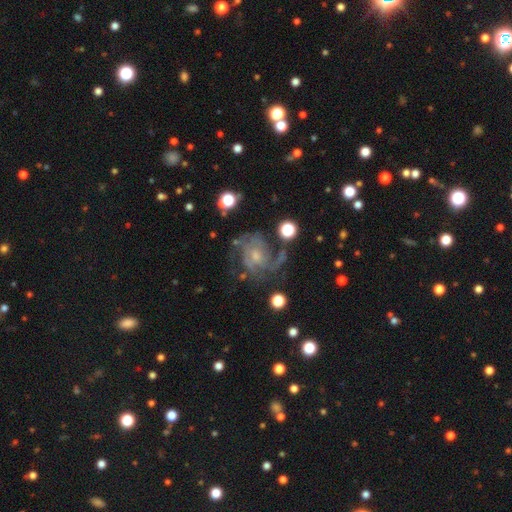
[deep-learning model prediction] Smooth or featured: featured or disk — 82% (smooth — 10%)
Edge-on disk: no — 98% (yes — 2%)
Bar: no — 62% (weak — 33%)
Spiral arms: yes — 93% (no — 7%)
Spiral winding: medium — 46% (tight — 35%)
Spiral arm count: can't tell — 27% (2 — 26%)
Bulge size: small — 56% (moderate — 32%)
Merging: none — 57% (major disturbance — 21%)